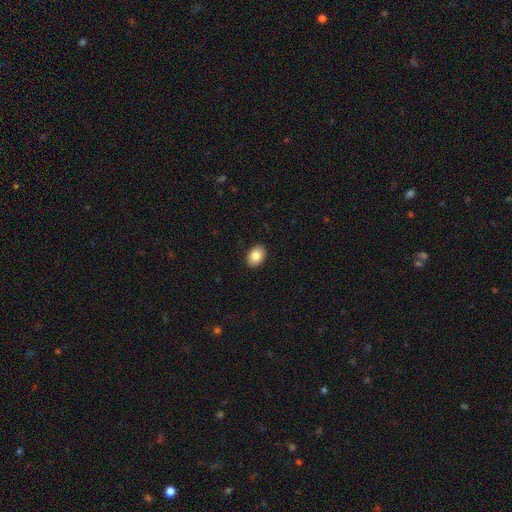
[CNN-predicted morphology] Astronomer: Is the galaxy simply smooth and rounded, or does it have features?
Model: smooth — 86%.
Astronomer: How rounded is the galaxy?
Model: in between — 78%.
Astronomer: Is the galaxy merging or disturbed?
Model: none — 90%.